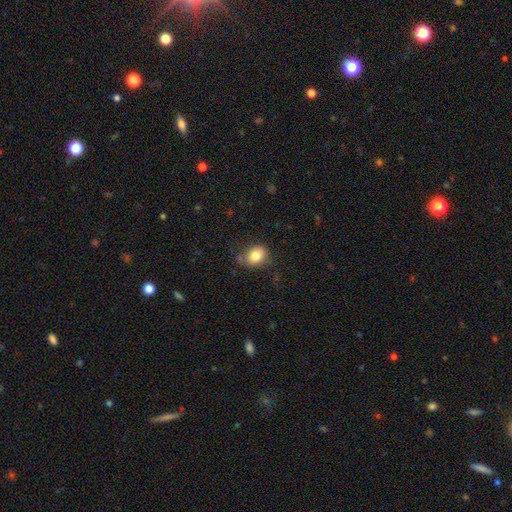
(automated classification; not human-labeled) A smooth galaxy with no disk features (81%) that is in between round and cigar-shaped (50%).

Vote fractions:
- Smooth or featured? smooth: 81% / featured or disk: 9% / star or artifact: 9%
- How rounded? in between: 50% / round: 49% / cigar-shaped: 1%
- Merging? none: 73% / minor disturbance: 19% / major disturbance: 5% / merger: 3%